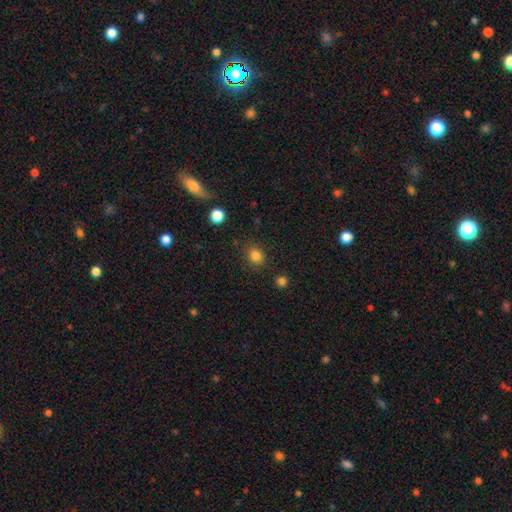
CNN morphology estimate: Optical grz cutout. It shows a smooth galaxy with no disk features (83%) that is round (74%). Merging: none (84%).